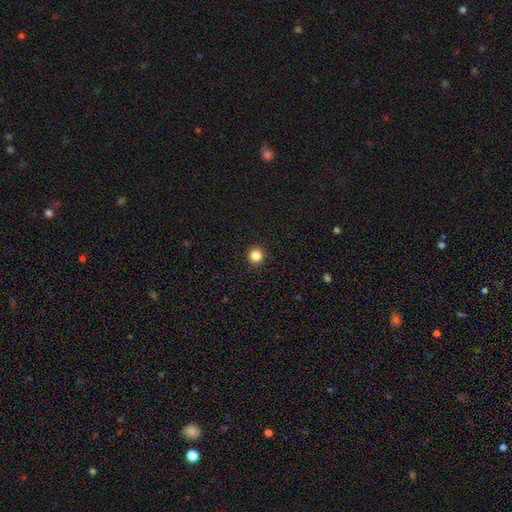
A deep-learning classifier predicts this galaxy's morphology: The model was most divided on "smooth or featured": smooth: 86%, star or artifact: 11%, featured or disk: 3%. More confident: how rounded — round (94%); merging — none (93%).